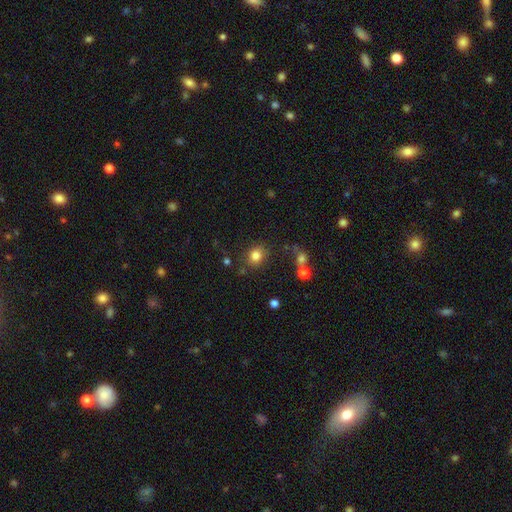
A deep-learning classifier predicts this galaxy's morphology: Smooth or featured? smooth (81%)
How rounded? round (68%)
Merging? none (80%)